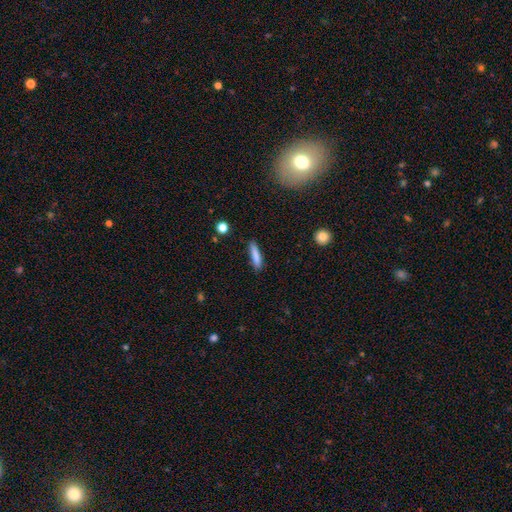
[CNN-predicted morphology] A smooth galaxy with no disk features (82%) that is cigar-shaped (86%). Merging: none (86%).